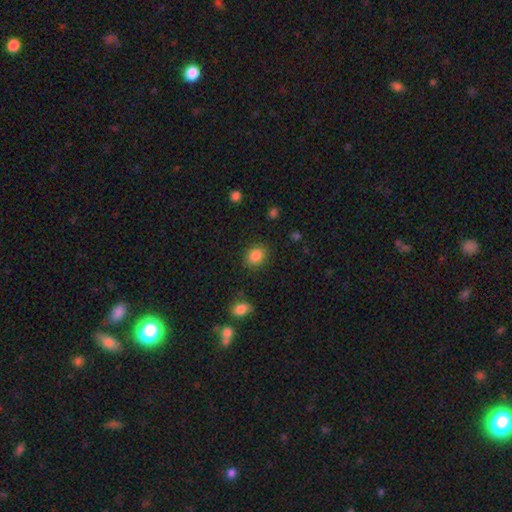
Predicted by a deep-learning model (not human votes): Q: Smooth or featured?
A: smooth (86%); runner-up: star or artifact (9%)
Q: How rounded?
A: round (52%); runner-up: in between (47%)
Q: Merging?
A: none (85%); runner-up: minor disturbance (10%)